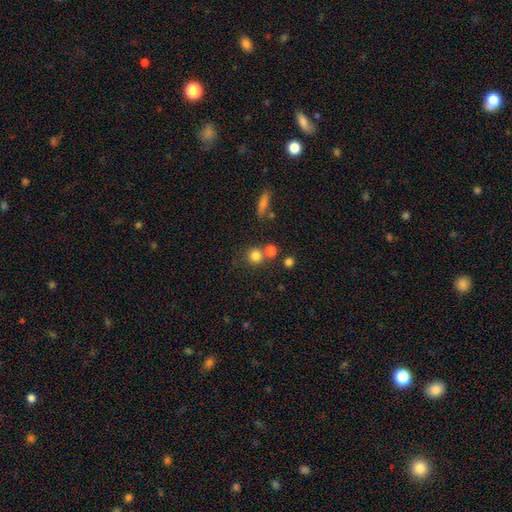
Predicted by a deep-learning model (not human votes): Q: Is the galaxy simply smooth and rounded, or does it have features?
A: smooth — 79%.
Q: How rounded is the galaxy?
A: round — 90%.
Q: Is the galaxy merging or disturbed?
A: none — 65%.